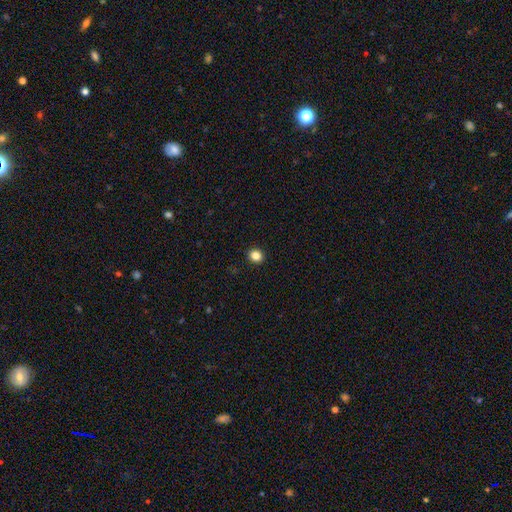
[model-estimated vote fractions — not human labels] A smooth galaxy with no disk features (84%) that is round (75%).

Vote fractions:
- Smooth or featured? smooth: 84% / star or artifact: 12% / featured or disk: 4%
- How rounded? round: 75% / in between: 24% / cigar-shaped: 1%
- Merging? none: 93% / minor disturbance: 5% / major disturbance: 2% / merger: 1%